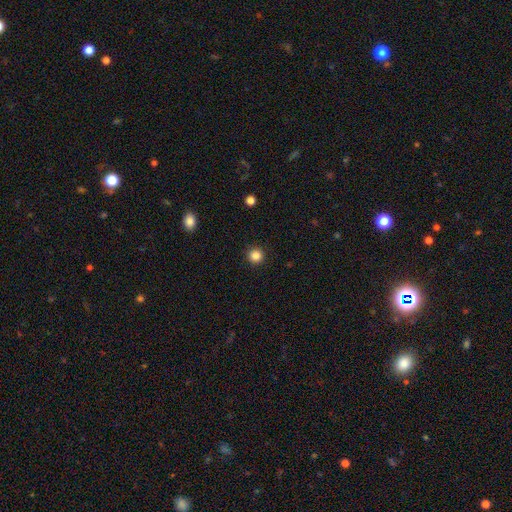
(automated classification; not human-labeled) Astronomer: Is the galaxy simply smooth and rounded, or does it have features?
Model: smooth — 85%.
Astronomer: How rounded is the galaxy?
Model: round — 96%.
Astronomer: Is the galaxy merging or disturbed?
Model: none — 93%.